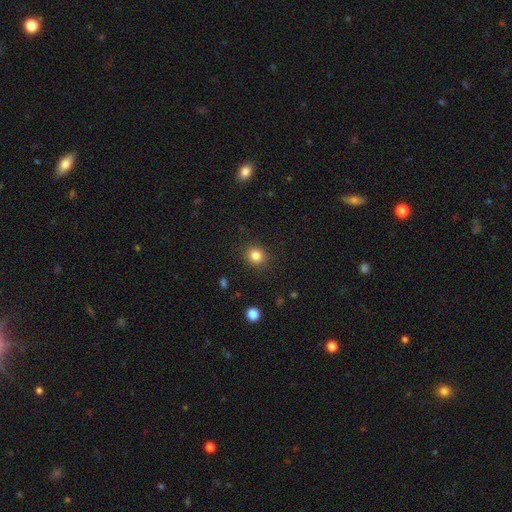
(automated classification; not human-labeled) smooth_or_featured: smooth (p=0.83) [alt: star or artifact p=0.12]
how_rounded: round (p=0.81) [alt: in between p=0.18]
merging: none (p=0.90) [alt: minor disturbance p=0.07]